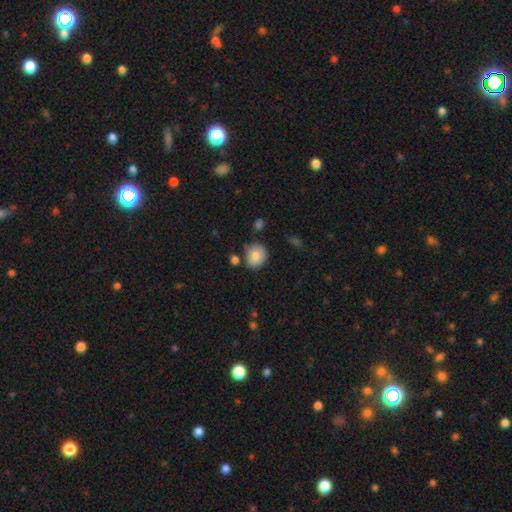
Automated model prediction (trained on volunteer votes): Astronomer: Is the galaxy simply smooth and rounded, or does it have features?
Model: smooth — 81%.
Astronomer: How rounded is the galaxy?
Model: round — 74%.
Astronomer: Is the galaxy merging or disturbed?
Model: none — 71%.